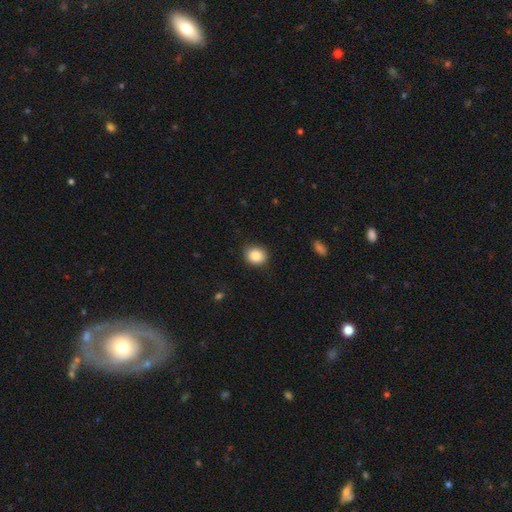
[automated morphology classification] A smooth galaxy with no disk features (87%) that is round (62%). Merging: none (86%).